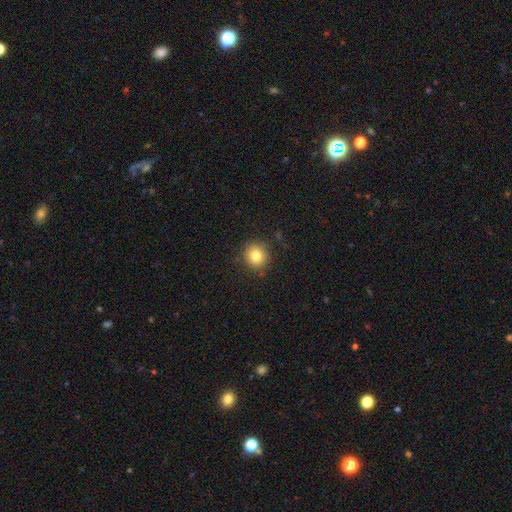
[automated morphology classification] The model was most divided on "smooth or featured": smooth: 81%, star or artifact: 11%, featured or disk: 8%. More confident: how rounded — round (88%); merging — none (86%).